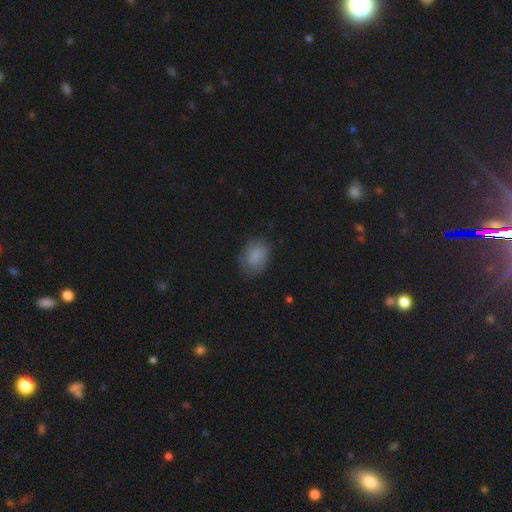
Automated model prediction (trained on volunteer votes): smooth_or_featured: smooth (p=0.79) [alt: featured or disk p=0.13]
how_rounded: in between (p=0.73) [alt: round p=0.26]
merging: none (p=0.71) [alt: minor disturbance p=0.21]